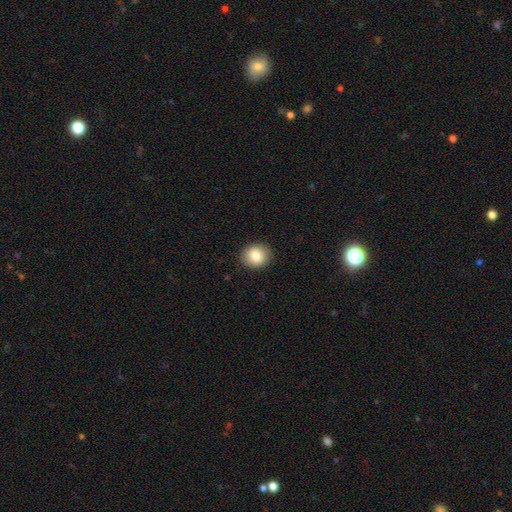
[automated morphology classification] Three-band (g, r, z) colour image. It shows a smooth galaxy with no disk features (83%) that is round (66%). Merging: none (89%).